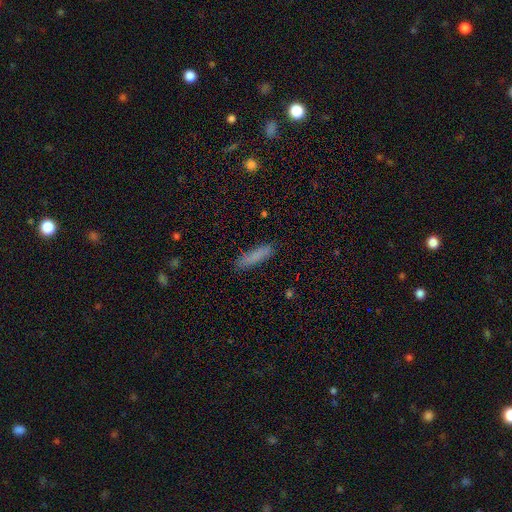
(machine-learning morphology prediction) Q: Smooth or featured?
A: smooth (82%); runner-up: featured or disk (10%)
Q: How rounded?
A: cigar-shaped (75%); runner-up: in between (23%)
Q: Merging?
A: none (84%); runner-up: minor disturbance (12%)